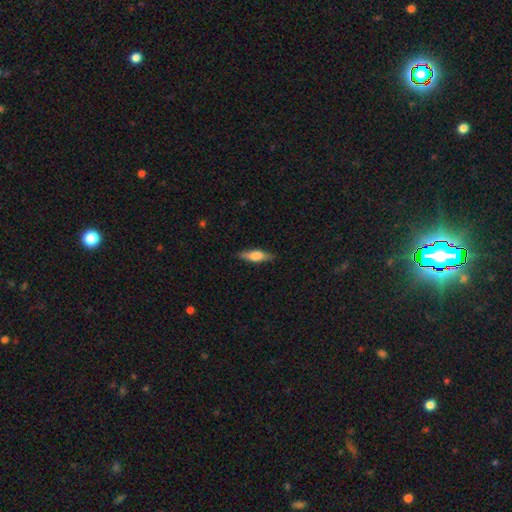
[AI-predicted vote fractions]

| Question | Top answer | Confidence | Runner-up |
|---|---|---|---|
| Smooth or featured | smooth | 57% | featured or disk (37%) |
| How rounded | cigar-shaped | 52% | in between (45%) |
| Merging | none | 86% | minor disturbance (11%) |